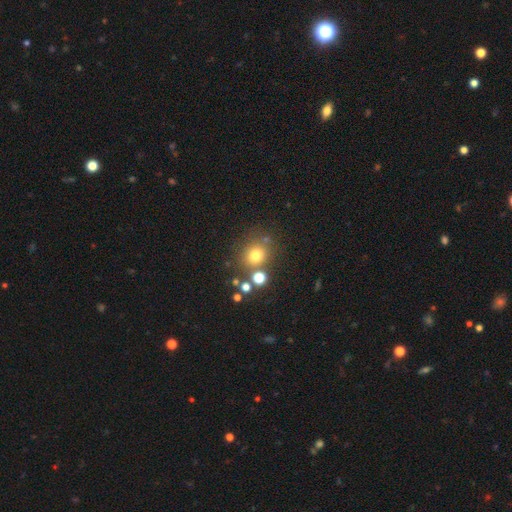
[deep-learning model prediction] Morphology: type=smooth (73%); roundness=round (85%); merging=none (72%).